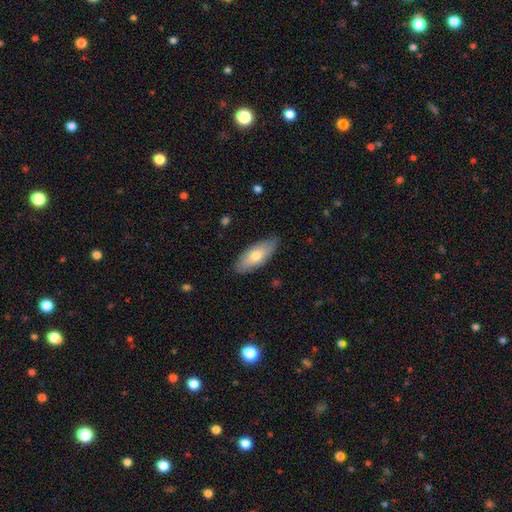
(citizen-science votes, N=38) smooth_or_featured: smooth (p=0.71) [alt: featured or disk p=0.21]
how_rounded: in between (p=0.85) [alt: cigar-shaped p=0.15]
merging: none (p=0.83) [alt: minor disturbance p=0.14]